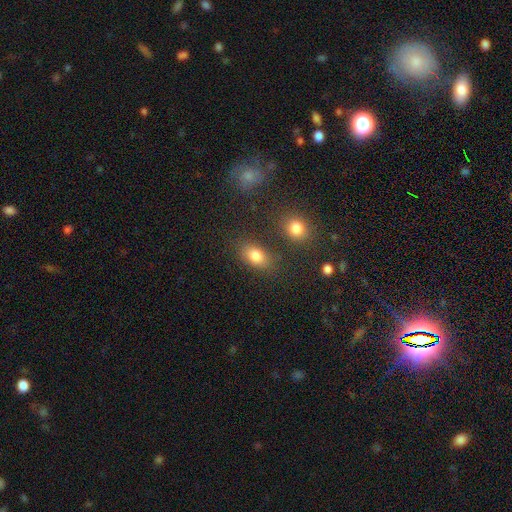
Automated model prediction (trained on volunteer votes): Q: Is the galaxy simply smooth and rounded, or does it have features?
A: smooth — 81%.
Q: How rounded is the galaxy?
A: in between — 80%.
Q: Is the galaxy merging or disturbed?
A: none — 75%.